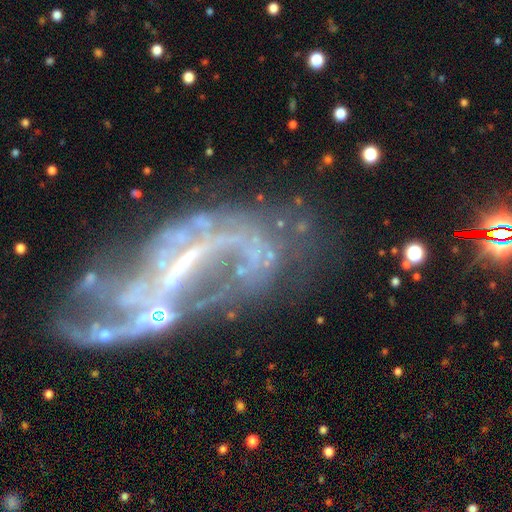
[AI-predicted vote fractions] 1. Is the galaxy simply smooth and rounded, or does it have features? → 80% featured or disk, 13% star or artifact, 7% smooth.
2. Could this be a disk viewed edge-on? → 95% no, 5% yes.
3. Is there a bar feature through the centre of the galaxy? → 41% strong, 31% weak, 27% no.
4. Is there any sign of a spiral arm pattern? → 63% yes, 37% no.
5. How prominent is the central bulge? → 52% none, 32% small, 13% moderate, 2% large, 1% dominant.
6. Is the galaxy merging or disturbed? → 39% major disturbance, 31% none, 17% minor disturbance, 14% merger.